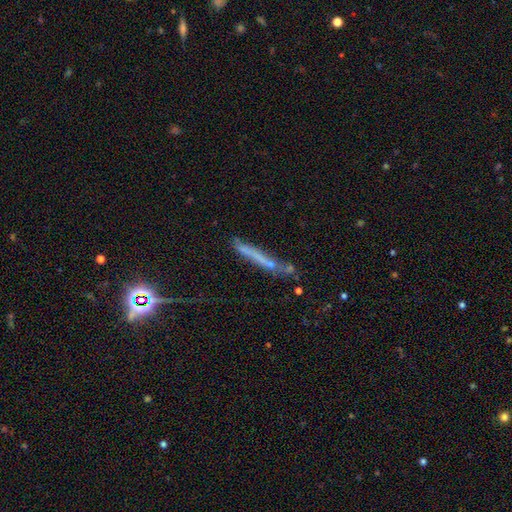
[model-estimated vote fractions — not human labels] smooth 43%, featured or disk 40%, star or artifact 17%. Down the decision tree: merging — none (52%).